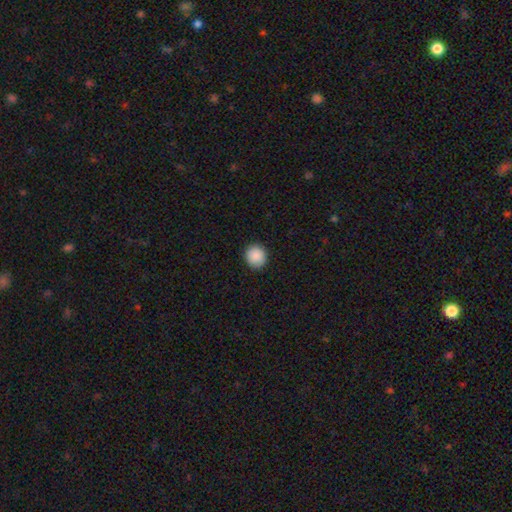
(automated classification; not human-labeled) smooth 89%, star or artifact 8%, featured or disk 3%. Down the decision tree: how rounded — round (87%); merging — none (92%).